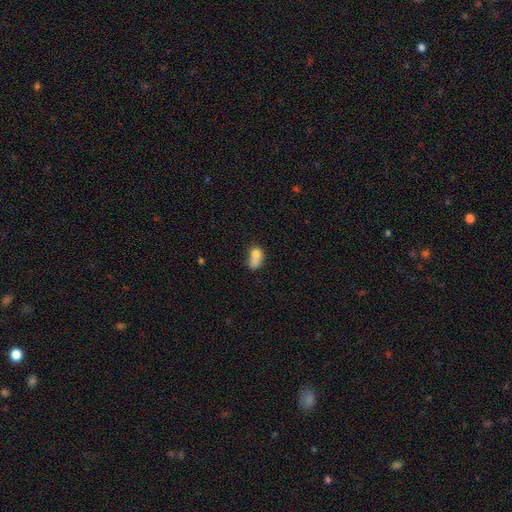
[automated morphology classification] smooth-or-featured: smooth: 73% | featured or disk: 16% | star or artifact: 10%
  how-rounded: in between: 72% | round: 25% | cigar-shaped: 3%
  merging: merger: 40% | none: 25% | minor disturbance: 20% | major disturbance: 15%